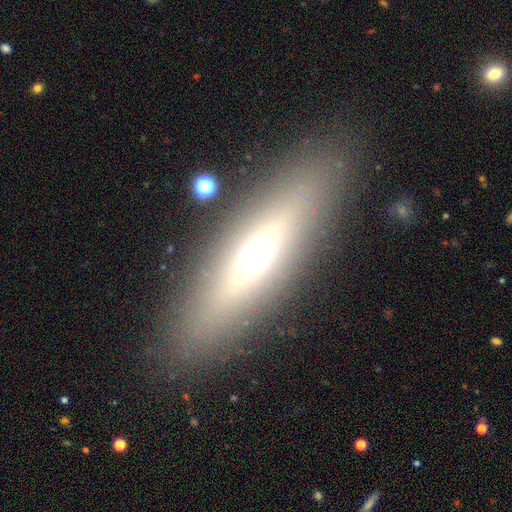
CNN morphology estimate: Smooth or featured: featured or disk — 49% (smooth — 40%)
Merging: none — 85% (minor disturbance — 9%)